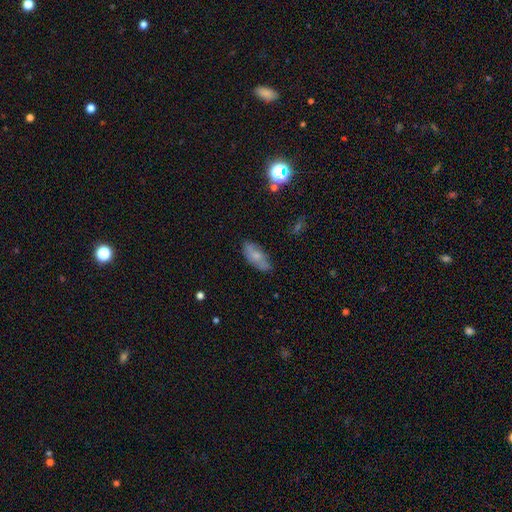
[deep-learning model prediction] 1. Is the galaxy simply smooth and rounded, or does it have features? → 66% smooth, 26% featured or disk, 8% star or artifact.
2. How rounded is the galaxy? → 82% in between, 15% cigar-shaped, 3% round.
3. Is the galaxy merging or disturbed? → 76% none, 18% minor disturbance, 4% major disturbance, 2% merger.